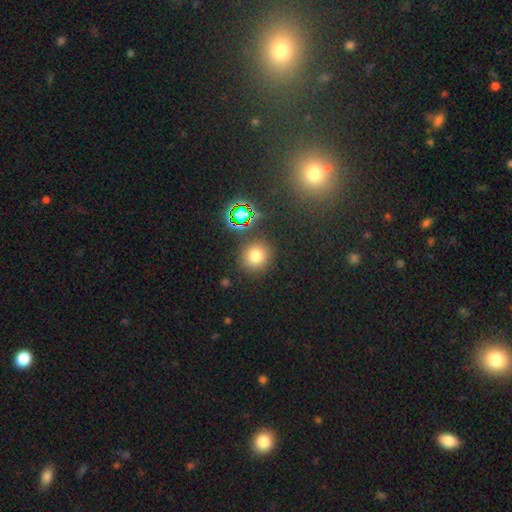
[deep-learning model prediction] Smooth or featured? smooth (73%)
How rounded? round (89%)
Merging? none (86%)